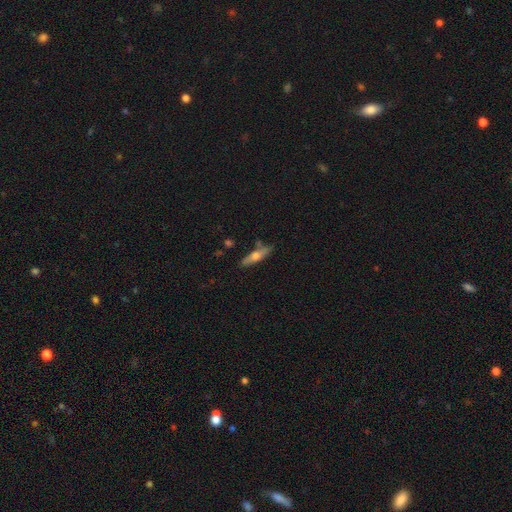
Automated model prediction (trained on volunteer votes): smooth-or-featured: smooth: 55% | featured or disk: 39% | star or artifact: 7%
  how-rounded: cigar-shaped: 69% | in between: 28% | round: 2%
  merging: none: 76% | minor disturbance: 15% | merger: 6% | major disturbance: 3%